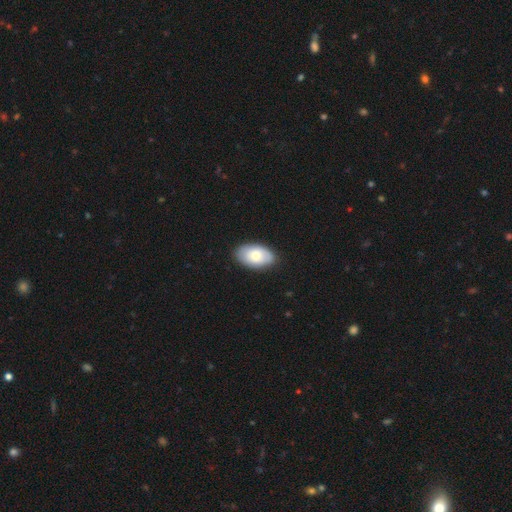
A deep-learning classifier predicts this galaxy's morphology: A smooth galaxy with no disk features (70%) that is in between round and cigar-shaped (93%). Merging: none (86%).